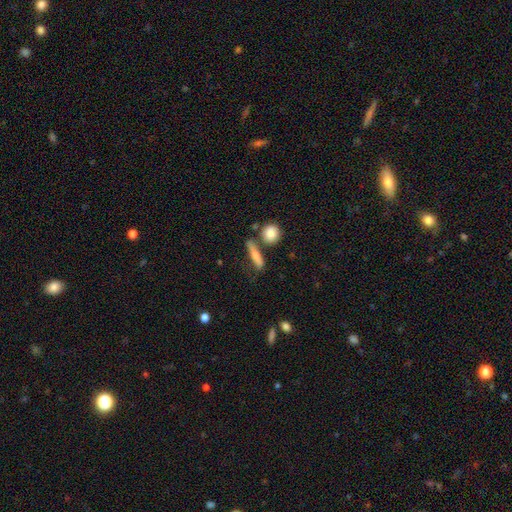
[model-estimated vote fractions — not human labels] This is likely a smooth galaxy (66%). How rounded: likely cigar-shaped (71%). Merging: likely none (65%).